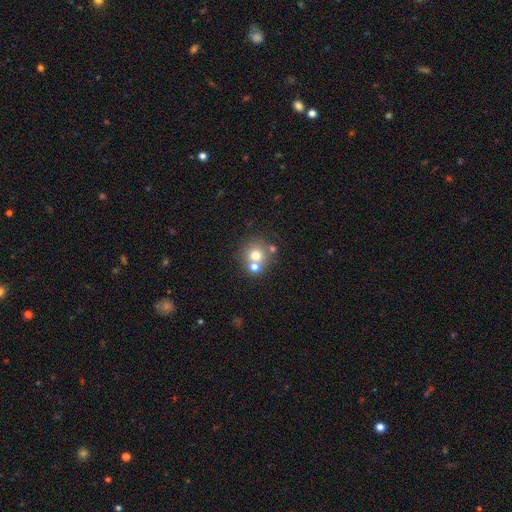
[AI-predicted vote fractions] The model was most divided on "merging": none: 54%, merger: 36%, minor disturbance: 7%, major disturbance: 3%. More confident: how rounded — round (88%); smooth or featured — smooth (69%).